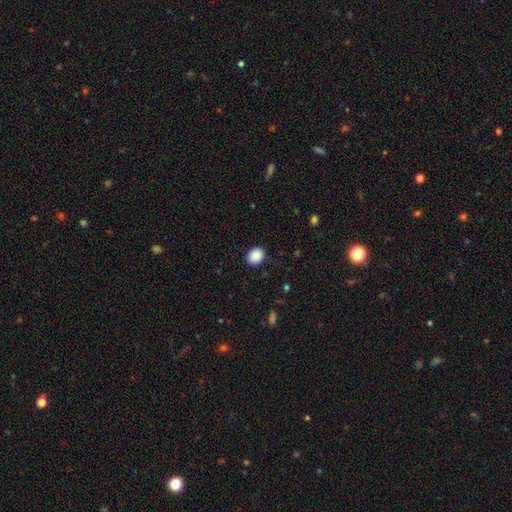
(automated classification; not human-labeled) Overall: smooth (89%). How rounded: in between (51%; round 48%). Merging: none (88%).